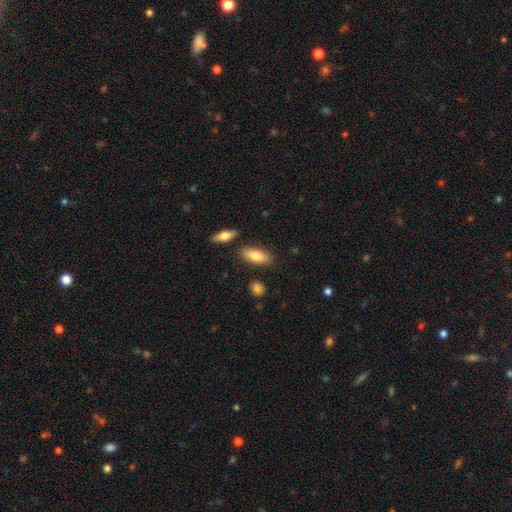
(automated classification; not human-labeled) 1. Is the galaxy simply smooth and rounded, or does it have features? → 79% smooth, 15% featured or disk, 6% star or artifact.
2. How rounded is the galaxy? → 76% in between, 21% cigar-shaped, 3% round.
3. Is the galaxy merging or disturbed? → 82% none, 11% minor disturbance, 5% merger, 2% major disturbance.